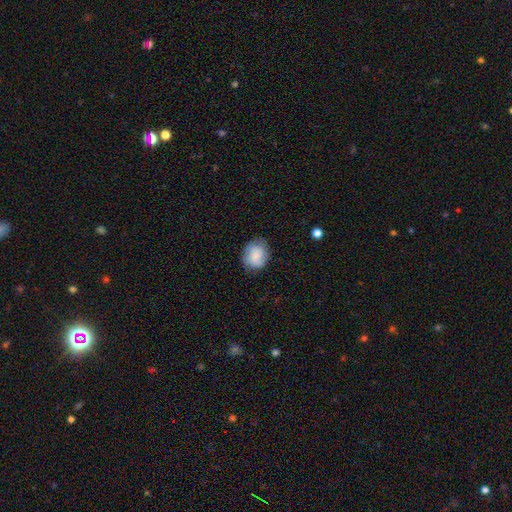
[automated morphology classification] Smooth or featured? Predicted: smooth (p=0.66). How rounded? Predicted: round (p=0.66). Merging? Predicted: none (p=0.76).